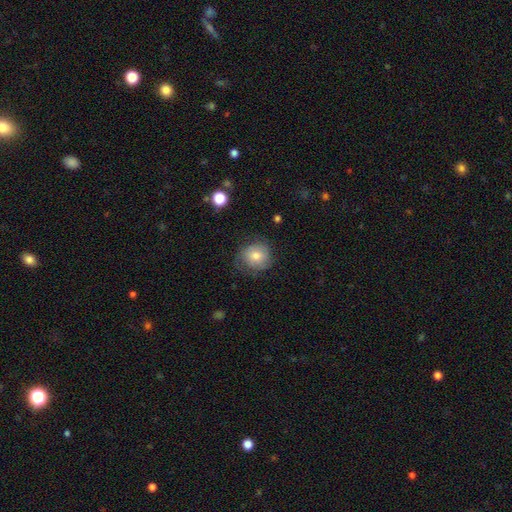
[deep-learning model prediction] Q: Smooth or featured?
A: smooth (73%); runner-up: featured or disk (18%)
Q: How rounded?
A: round (85%); runner-up: in between (15%)
Q: Merging?
A: none (67%); runner-up: minor disturbance (23%)